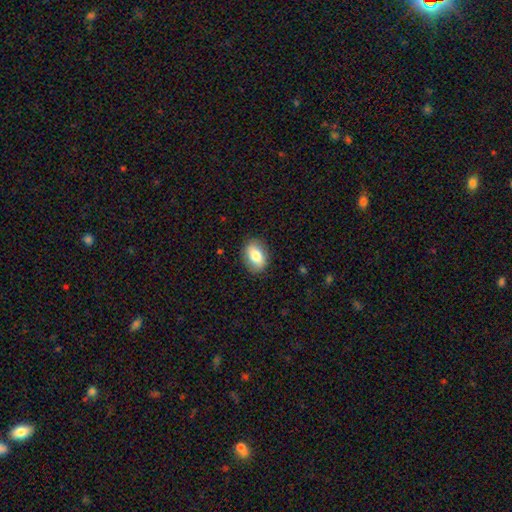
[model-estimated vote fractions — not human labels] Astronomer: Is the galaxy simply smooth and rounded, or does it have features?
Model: smooth — 79%.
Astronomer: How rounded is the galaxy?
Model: in between — 84%.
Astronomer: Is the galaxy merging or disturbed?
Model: none — 85%.